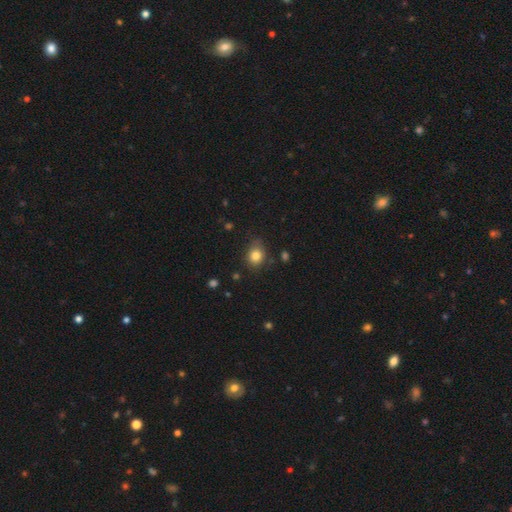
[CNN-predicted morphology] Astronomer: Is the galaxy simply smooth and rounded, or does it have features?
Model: smooth — 81%.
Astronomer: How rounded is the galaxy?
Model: round — 63%.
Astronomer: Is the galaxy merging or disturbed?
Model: none — 74%.